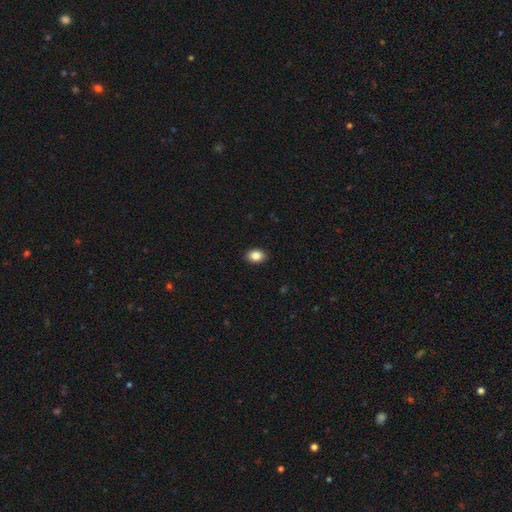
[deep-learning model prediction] This appears to be a smooth galaxy with no disk features (86%) that is in between round and cigar-shaped (76%). Merging: none (91%).